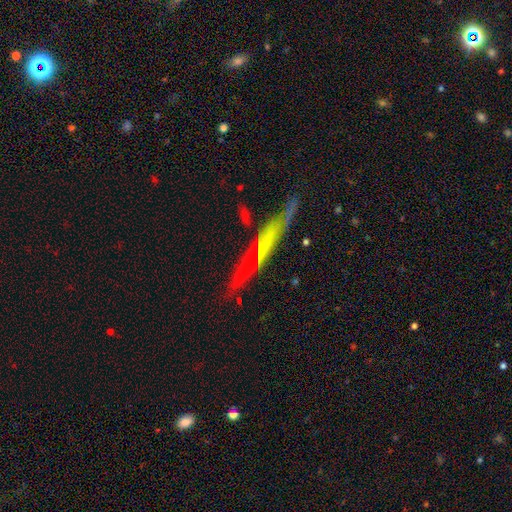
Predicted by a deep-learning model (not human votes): Smooth or featured? Predicted: featured or disk (p=0.59). Edge-on disk? Predicted: yes (p=0.89). Edge-on bulge? Predicted: none (p=0.77). Merging? Predicted: none (p=0.76).